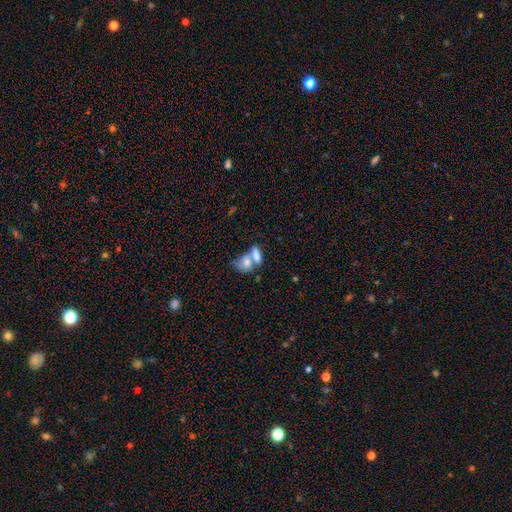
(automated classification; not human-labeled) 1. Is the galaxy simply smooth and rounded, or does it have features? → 74% smooth, 18% featured or disk, 8% star or artifact.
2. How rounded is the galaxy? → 79% in between, 13% round, 8% cigar-shaped.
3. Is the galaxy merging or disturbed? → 65% merger, 22% none, 8% minor disturbance, 5% major disturbance.